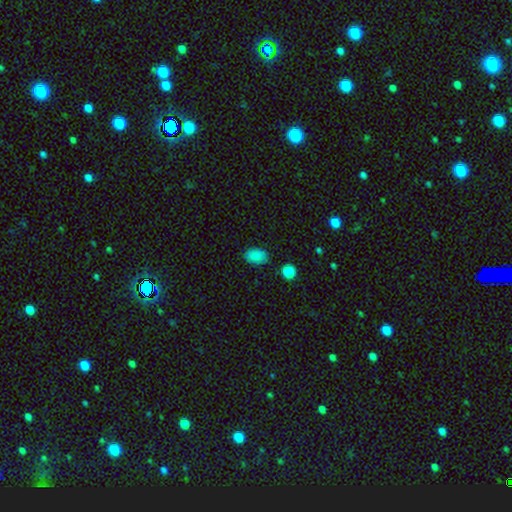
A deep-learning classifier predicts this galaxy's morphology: smooth 86%, star or artifact 10%, featured or disk 3%. Down the decision tree: how rounded — in between (88%); merging — none (83%).